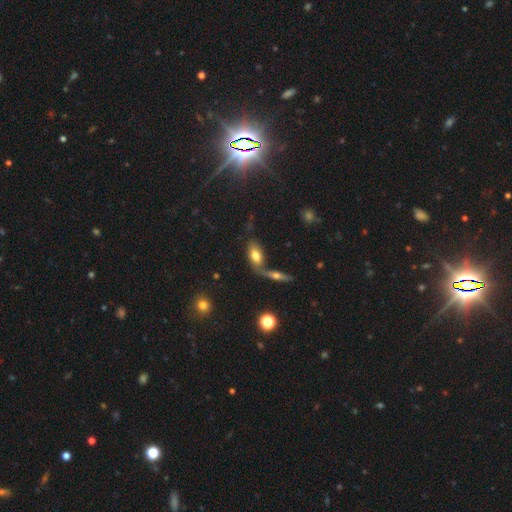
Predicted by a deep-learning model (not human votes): Overall: smooth (69%). How rounded: in between (86%). Merging: none (49%; merger 35%).